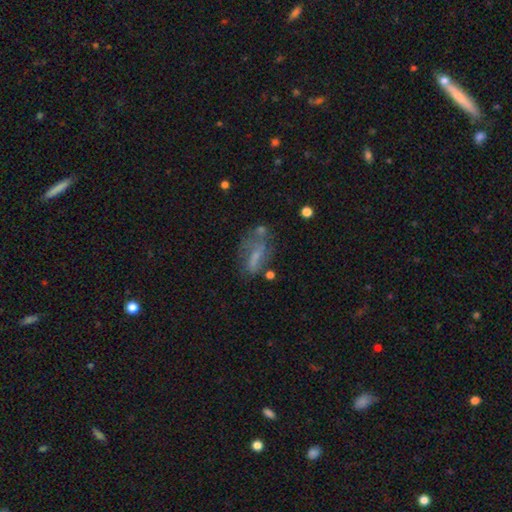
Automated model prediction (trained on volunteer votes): Smooth or featured? featured or disk (47%)
Merging? none (44%)